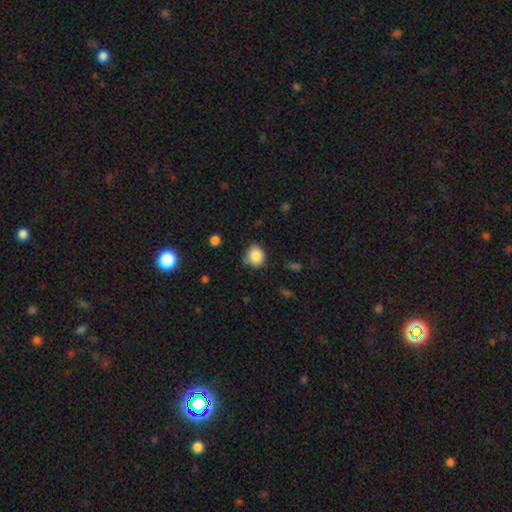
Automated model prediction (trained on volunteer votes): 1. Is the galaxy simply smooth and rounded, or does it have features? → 85% smooth, 10% star or artifact, 5% featured or disk.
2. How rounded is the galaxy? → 78% round, 21% in between, 1% cigar-shaped.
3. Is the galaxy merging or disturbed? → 70% none, 23% minor disturbance, 5% major disturbance, 3% merger.